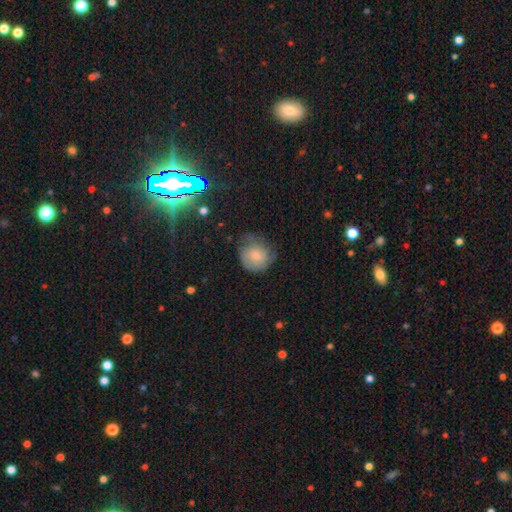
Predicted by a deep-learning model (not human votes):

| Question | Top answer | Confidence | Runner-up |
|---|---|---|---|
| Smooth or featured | smooth | 64% | featured or disk (28%) |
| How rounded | round | 82% | in between (17%) |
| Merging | none | 51% | minor disturbance (34%) |